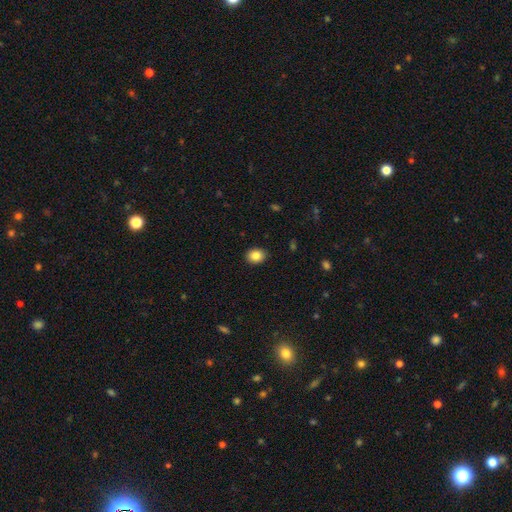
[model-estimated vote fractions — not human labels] Q: Smooth or featured?
A: smooth (86%); runner-up: star or artifact (9%)
Q: How rounded?
A: in between (50%); tied with: round (50%)
Q: Merging?
A: none (90%); runner-up: minor disturbance (7%)